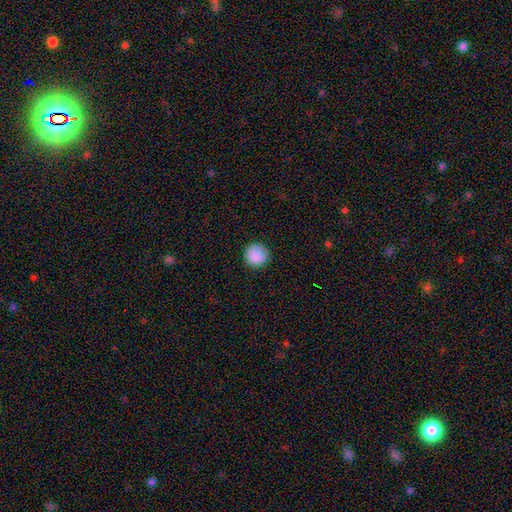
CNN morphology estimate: type=smooth (89%); roundness=round (94%); merging=none (89%).